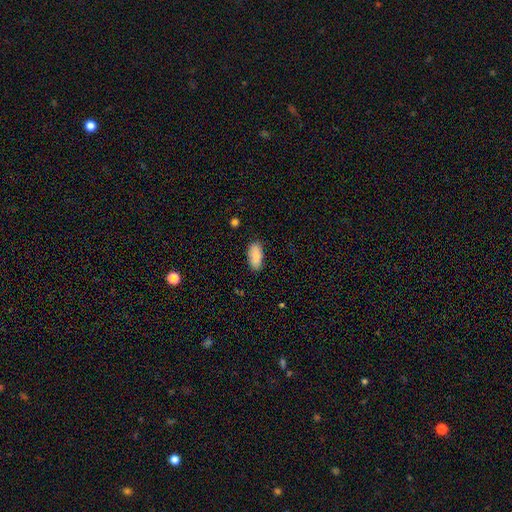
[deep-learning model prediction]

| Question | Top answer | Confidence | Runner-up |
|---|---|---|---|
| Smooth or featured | smooth | 86% | featured or disk (8%) |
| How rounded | in between | 93% | cigar-shaped (5%) |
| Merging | none | 84% | minor disturbance (13%) |